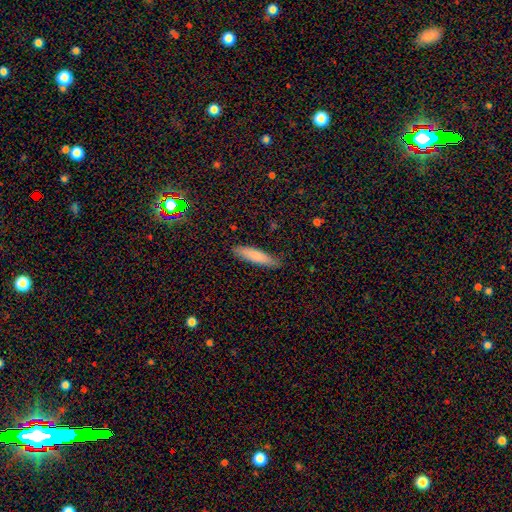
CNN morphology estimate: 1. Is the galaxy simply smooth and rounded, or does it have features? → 82% smooth, 12% featured or disk, 6% star or artifact.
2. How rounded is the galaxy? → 81% cigar-shaped, 18% in between, 1% round.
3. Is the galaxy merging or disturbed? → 84% none, 12% minor disturbance, 2% major disturbance, 1% merger.